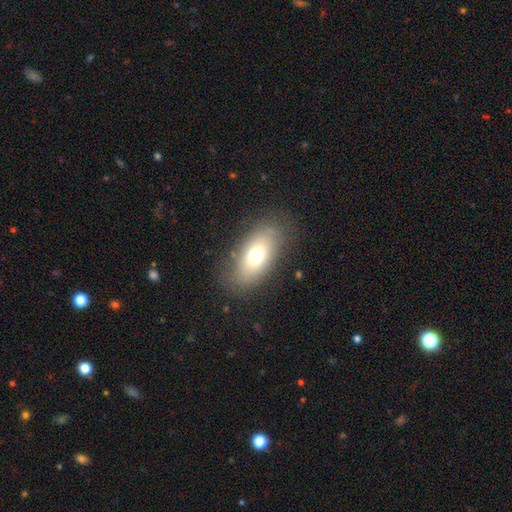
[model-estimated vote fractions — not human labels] Smooth or featured? Predicted: smooth (p=0.70). How rounded? Predicted: in between (p=0.89). Merging? Predicted: none (p=0.81).